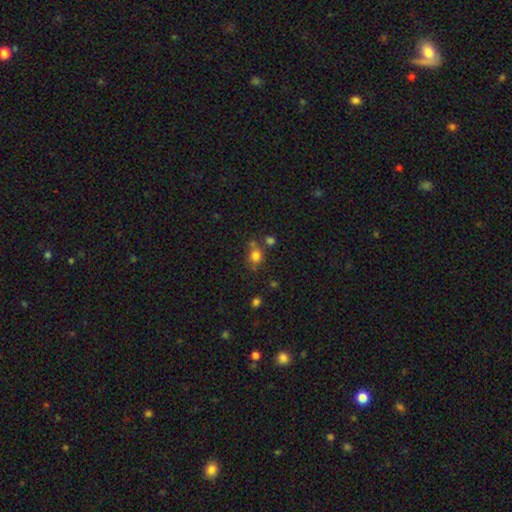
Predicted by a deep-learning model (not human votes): Morphology: type=smooth (77%); roundness=round (76%); merging=none (62%).